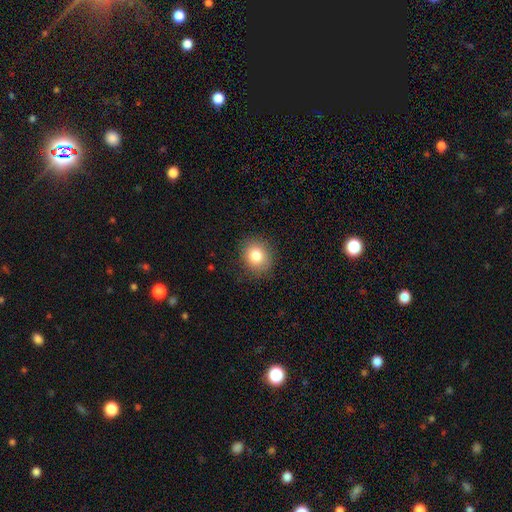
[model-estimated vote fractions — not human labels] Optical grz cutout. It shows a smooth galaxy with no disk features (83%) that is round (76%). Merging: none (85%).